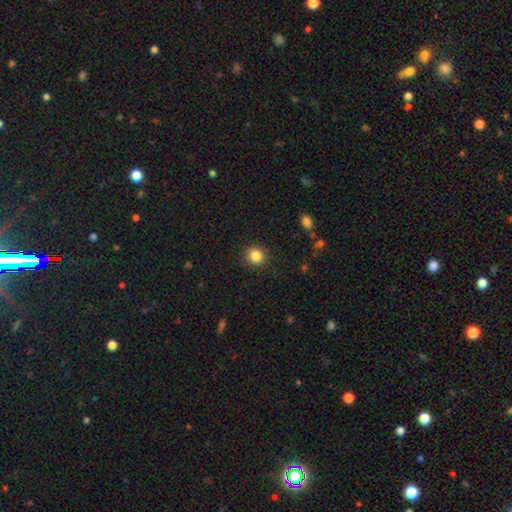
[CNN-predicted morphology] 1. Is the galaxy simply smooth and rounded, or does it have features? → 85% smooth, 11% star or artifact, 4% featured or disk.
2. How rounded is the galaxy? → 86% round, 13% in between, 1% cigar-shaped.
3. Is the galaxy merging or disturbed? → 90% none, 7% minor disturbance, 2% major disturbance, 1% merger.